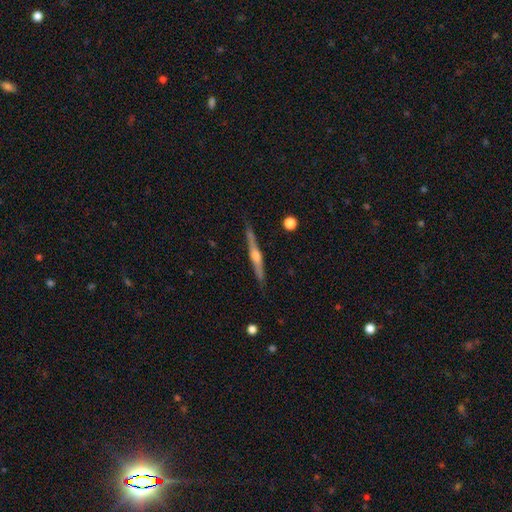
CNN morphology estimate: A featured or disk galaxy (79%) viewed edge-on (98%) with a rounded central bulge (88%). Merging: none (90%).